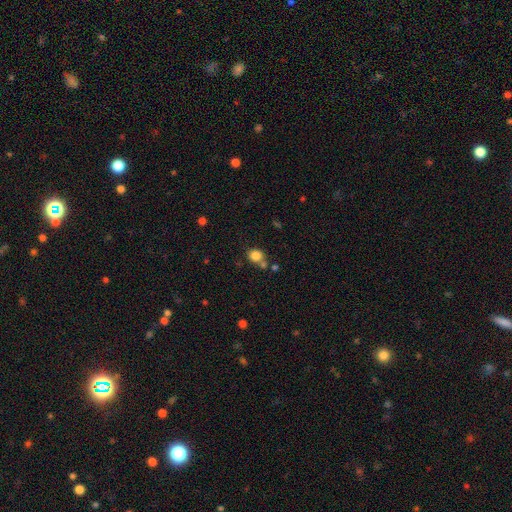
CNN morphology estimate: A smooth galaxy with no disk features (83%) that is round (82%).

Vote fractions:
- Smooth or featured? smooth: 83% / star or artifact: 11% / featured or disk: 6%
- How rounded? round: 82% / in between: 17% / cigar-shaped: 1%
- Merging? none: 63% / merger: 21% / minor disturbance: 12% / major disturbance: 4%